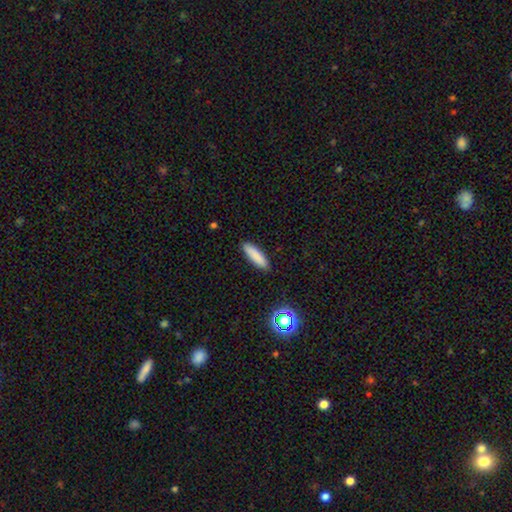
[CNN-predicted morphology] smooth-or-featured: smooth: 86% | star or artifact: 7% | featured or disk: 6%
  how-rounded: cigar-shaped: 68% | in between: 31% | round: 2%
  merging: none: 90% | minor disturbance: 7% | major disturbance: 2% | merger: 1%